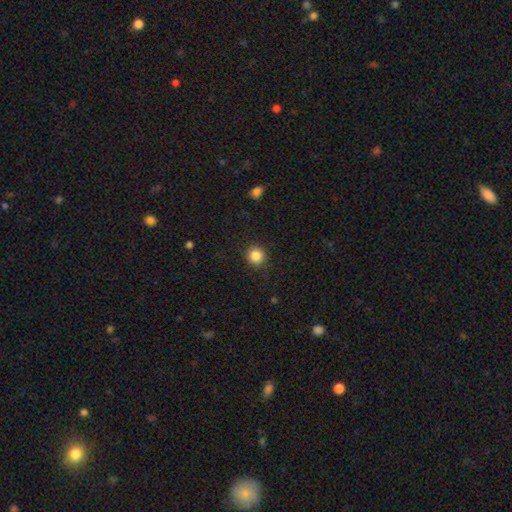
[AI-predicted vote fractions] smooth 85%, star or artifact 11%, featured or disk 4%. Down the decision tree: how rounded — round (92%); merging — none (90%).